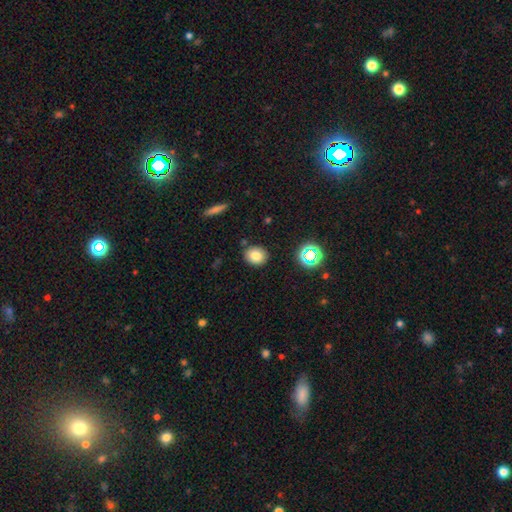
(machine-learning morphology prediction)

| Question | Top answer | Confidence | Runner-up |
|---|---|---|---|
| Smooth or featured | smooth | 79% | star or artifact (13%) |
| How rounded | round | 61% | in between (38%) |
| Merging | none | 84% | minor disturbance (10%) |